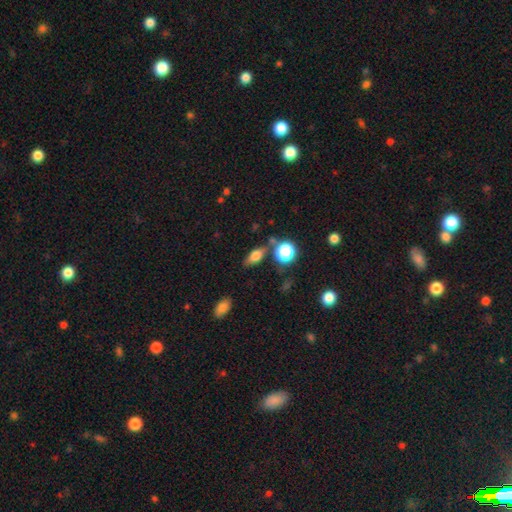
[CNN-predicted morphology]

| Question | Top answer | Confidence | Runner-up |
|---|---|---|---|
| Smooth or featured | smooth | 70% | featured or disk (17%) |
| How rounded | in between | 74% | round (13%) |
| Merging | none | 74% | minor disturbance (14%) |